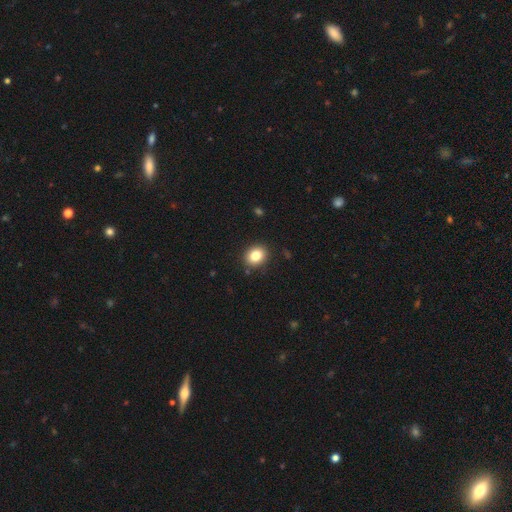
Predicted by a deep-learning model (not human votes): Overall: smooth (83%). How rounded: round (55%; in between 45%). Merging: none (89%).